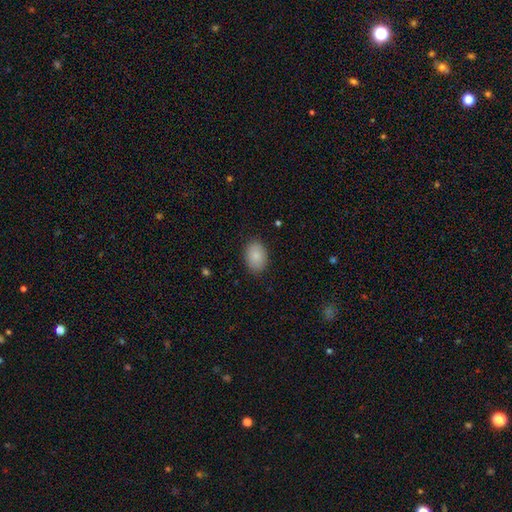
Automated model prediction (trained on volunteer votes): Smooth or featured?
  - smooth: 87% *
  - star or artifact: 7%
  - featured or disk: 6%
How rounded?
  - in between: 78% *
  - round: 21%
  - cigar-shaped: 1%
Merging?
  - none: 86% *
  - minor disturbance: 10%
  - major disturbance: 3%
  - merger: 1%